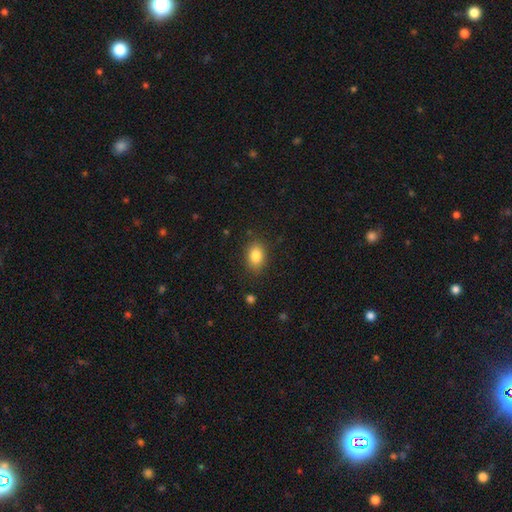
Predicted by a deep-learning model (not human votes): A smooth galaxy with no disk features (84%) that is in between round and cigar-shaped (78%). Merging: none (84%).